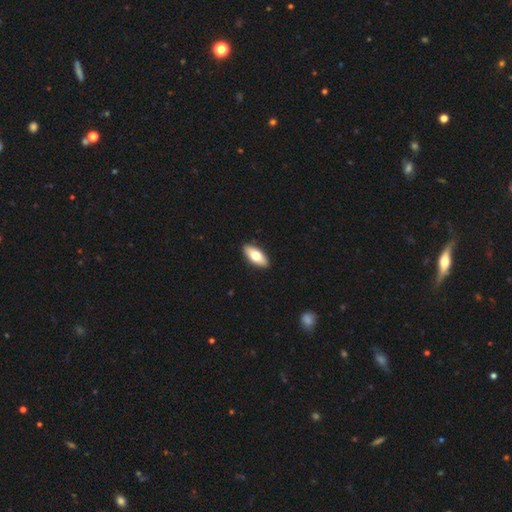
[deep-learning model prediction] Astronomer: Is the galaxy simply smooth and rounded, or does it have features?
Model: smooth — 70%.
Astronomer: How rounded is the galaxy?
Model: in between — 83%.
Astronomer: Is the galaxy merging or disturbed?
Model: none — 91%.